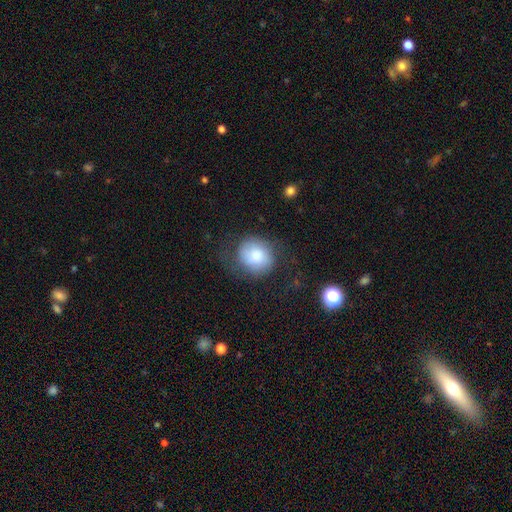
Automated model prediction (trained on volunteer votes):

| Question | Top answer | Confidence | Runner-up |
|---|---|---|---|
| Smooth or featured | smooth | 71% | featured or disk (21%) |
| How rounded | round | 78% | in between (21%) |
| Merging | none | 59% | minor disturbance (22%) |